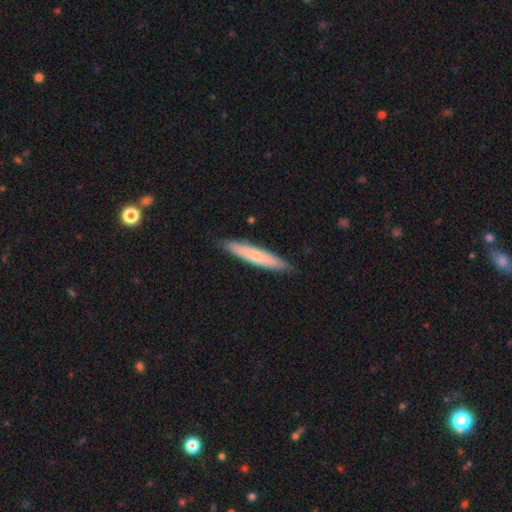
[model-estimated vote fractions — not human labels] This is likely a smooth galaxy (67%). How rounded: clearly cigar-shaped (93%). Merging: clearly none (90%).